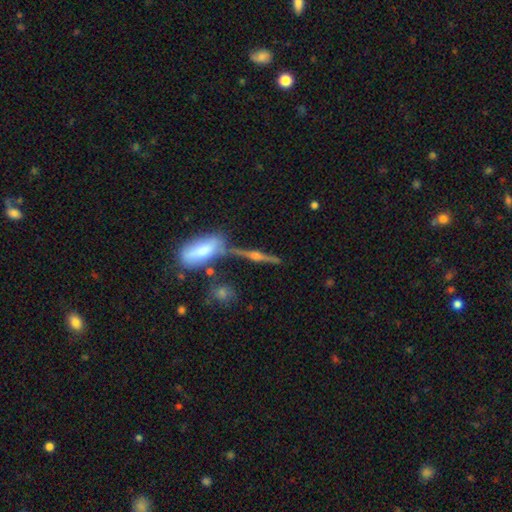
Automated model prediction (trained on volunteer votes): This appears to be a featured or disk galaxy (73%) viewed edge-on (95%) with a rounded central bulge (89%). Merging: none (74%).